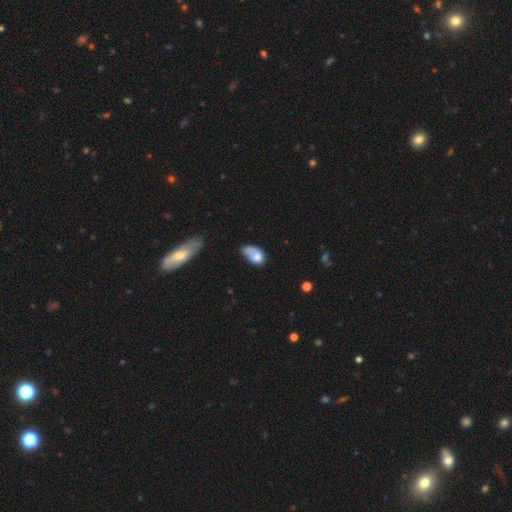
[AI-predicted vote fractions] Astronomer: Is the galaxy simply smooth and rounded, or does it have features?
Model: smooth — 70%.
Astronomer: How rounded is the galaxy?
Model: in between — 87%.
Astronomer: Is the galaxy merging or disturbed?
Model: minor disturbance — 33% (runner-up: major disturbance, 30%).